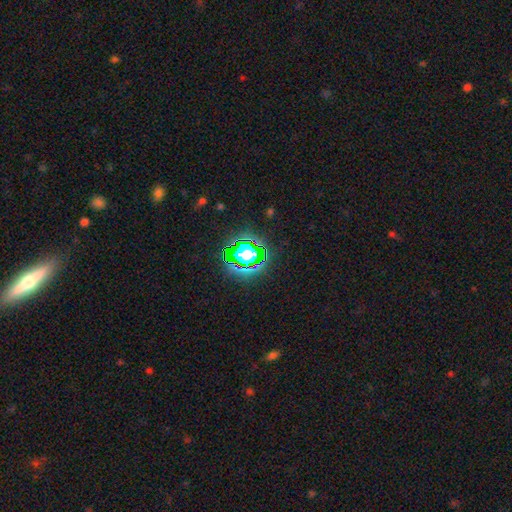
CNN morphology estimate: This is clearly a star or artifact rather than a galaxy (81%).